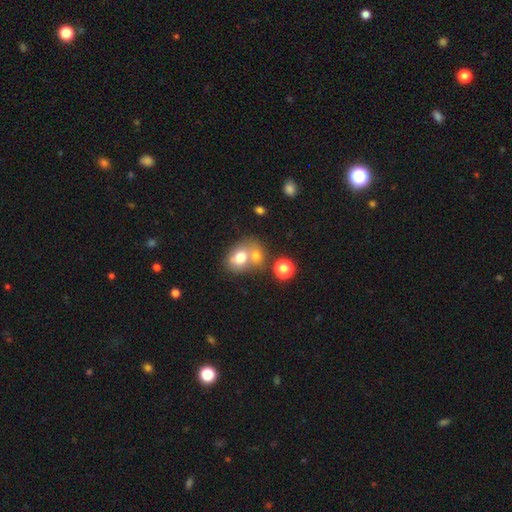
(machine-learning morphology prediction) smooth_or_featured: smooth (p=0.71) [alt: featured or disk p=0.18]
how_rounded: round (p=0.53) [alt: in between p=0.46]
merging: merger (p=0.55) [alt: none p=0.32]